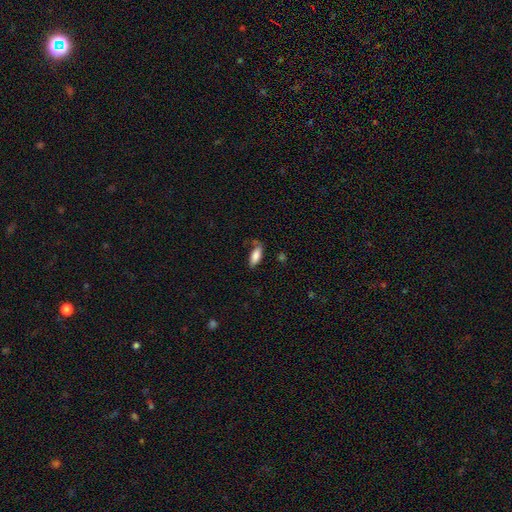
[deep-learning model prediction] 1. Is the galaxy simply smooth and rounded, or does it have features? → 83% smooth, 11% featured or disk, 7% star or artifact.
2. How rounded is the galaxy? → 80% in between, 18% cigar-shaped, 2% round.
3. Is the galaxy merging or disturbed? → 59% none, 27% minor disturbance, 10% major disturbance, 5% merger.